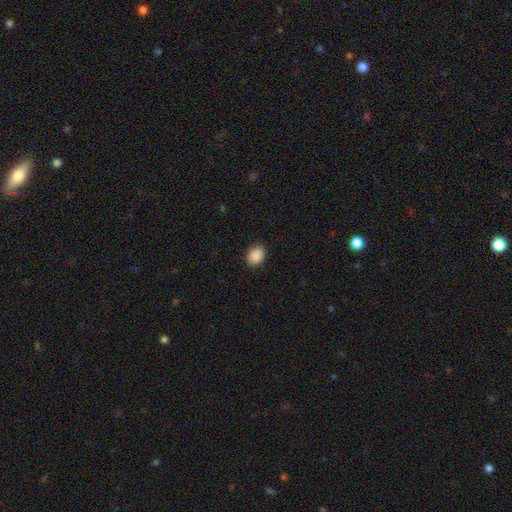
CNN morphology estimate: This appears to be a smooth galaxy with no disk features (89%) that is in between round and cigar-shaped (58%). Merging: none (88%).